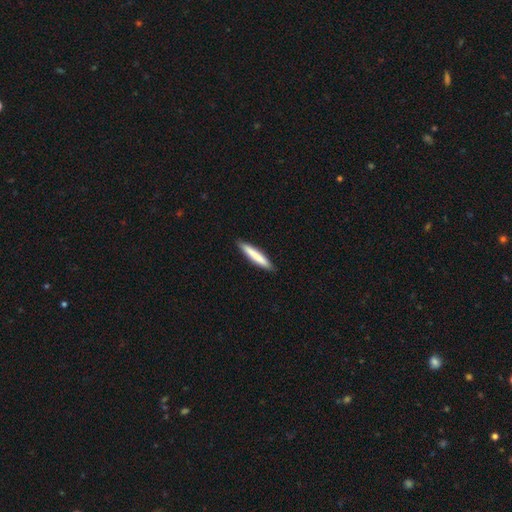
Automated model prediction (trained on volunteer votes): Smooth or featured? smooth (78%)
How rounded? cigar-shaped (93%)
Merging? none (91%)